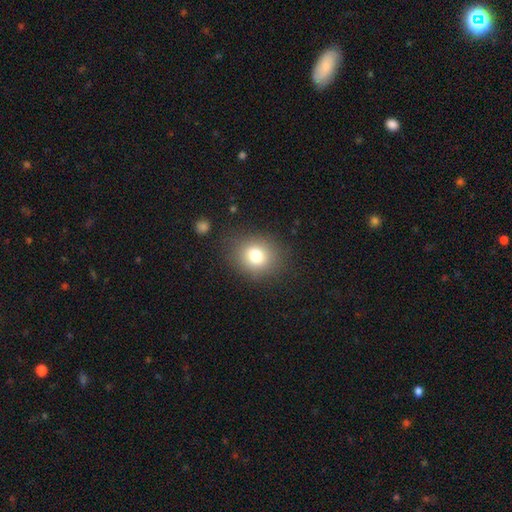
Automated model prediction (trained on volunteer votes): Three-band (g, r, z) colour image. It shows a smooth galaxy with no disk features (77%) that is round (72%). Merging: none (84%).